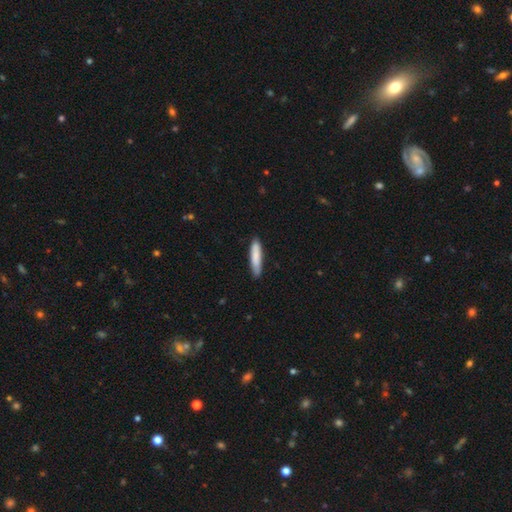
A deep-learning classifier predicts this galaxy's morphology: The model was most divided on "smooth or featured": smooth: 82%, featured or disk: 13%, star or artifact: 5%. More confident: how rounded — cigar-shaped (86%); merging — none (86%).